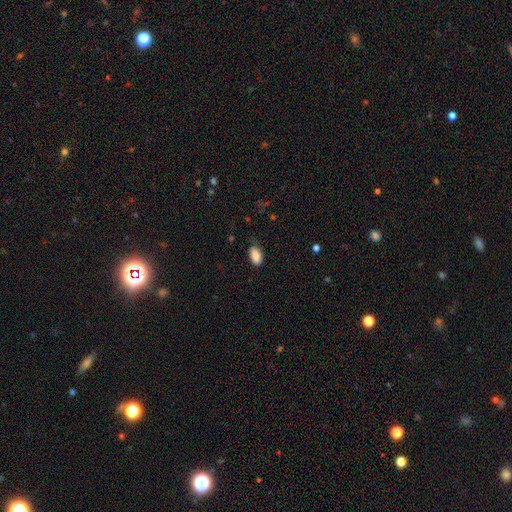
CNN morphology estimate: smooth-or-featured: smooth: 88% | star or artifact: 8% | featured or disk: 5%
  how-rounded: in between: 93% | round: 4% | cigar-shaped: 2%
  merging: none: 71% | minor disturbance: 23% | major disturbance: 5% | merger: 1%